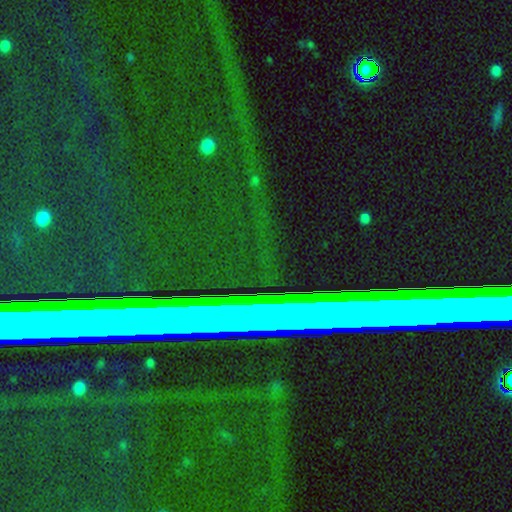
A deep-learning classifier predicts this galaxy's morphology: smooth-or-featured: star or artifact: 76% | featured or disk: 13% | smooth: 11%